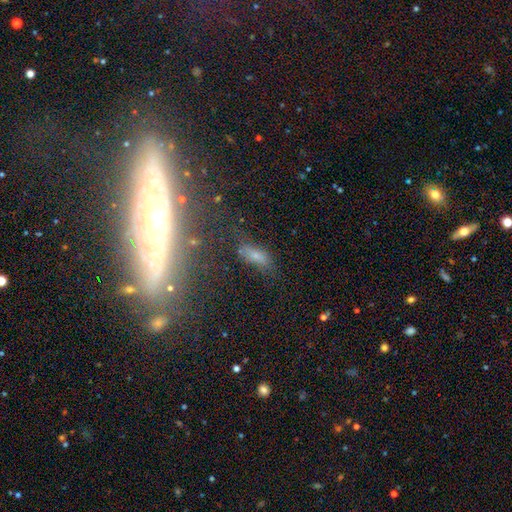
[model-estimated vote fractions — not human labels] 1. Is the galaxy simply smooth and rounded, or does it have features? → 67% smooth, 18% star or artifact, 16% featured or disk.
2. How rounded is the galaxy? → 69% in between, 26% cigar-shaped, 5% round.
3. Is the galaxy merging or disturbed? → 59% none, 24% minor disturbance, 12% major disturbance, 6% merger.